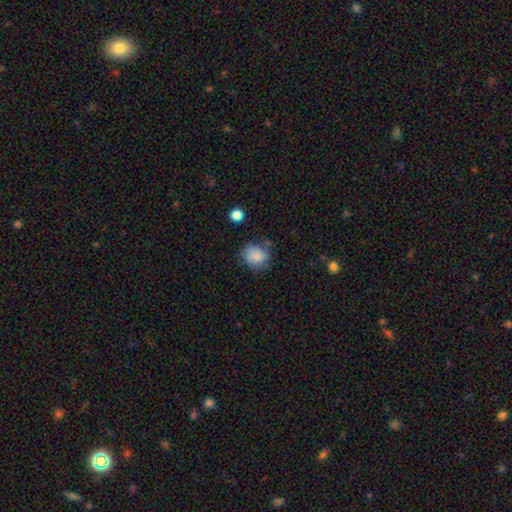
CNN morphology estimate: This appears to be a smooth galaxy with no disk features (77%) that is round (60%). Merging: none (60%).